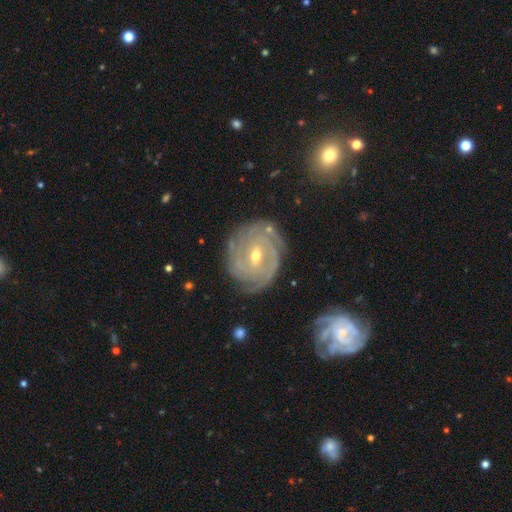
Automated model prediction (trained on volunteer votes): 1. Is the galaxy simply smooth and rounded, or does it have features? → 87% featured or disk, 7% smooth, 6% star or artifact.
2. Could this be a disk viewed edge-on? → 97% no, 3% yes.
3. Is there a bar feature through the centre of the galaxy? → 50% weak, 27% no, 24% strong.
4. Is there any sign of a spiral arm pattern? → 96% yes, 4% no.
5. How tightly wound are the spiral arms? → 80% tight, 17% medium, 3% loose.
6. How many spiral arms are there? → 27% can't tell, 24% 3, 20% 4, 16% 2, 7% more than 4, 6% 1.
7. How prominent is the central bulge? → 51% moderate, 46% small, 1% large, 1% none, 1% dominant.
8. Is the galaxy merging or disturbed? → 79% none, 14% minor disturbance, 4% major disturbance, 2% merger.